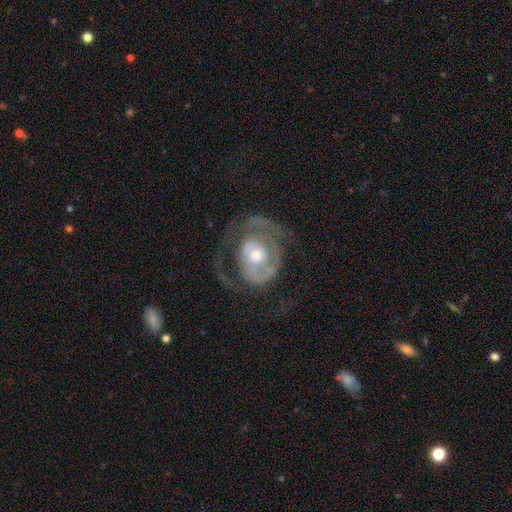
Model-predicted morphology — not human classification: smooth-or-featured: featured or disk: 73% | smooth: 20% | star or artifact: 6%
  disk-edge-on: no: 97% | yes: 3%
    bar: no: 76% | weak: 19% | strong: 5%
    has-spiral-arms: yes: 68% | no: 32%
    bulge-size: moderate: 56% | small: 35% | large: 6% | none: 1% | dominant: 1%
  merging: major disturbance: 40% (tied) | none: 40% (tied) | minor disturbance: 17% | merger: 2%